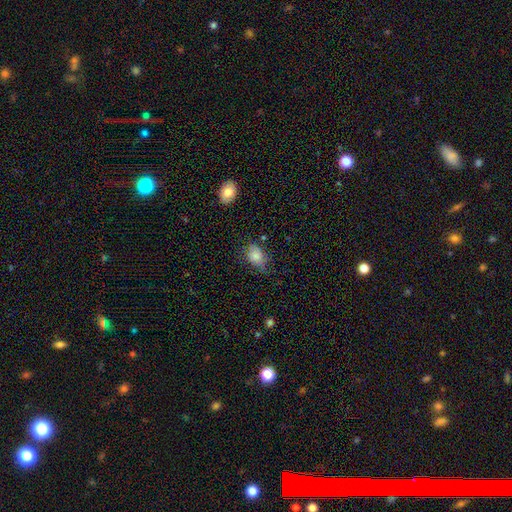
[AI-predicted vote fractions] A smooth galaxy with no disk features (78%) that is in between round and cigar-shaped (75%). Merging: none (51%).